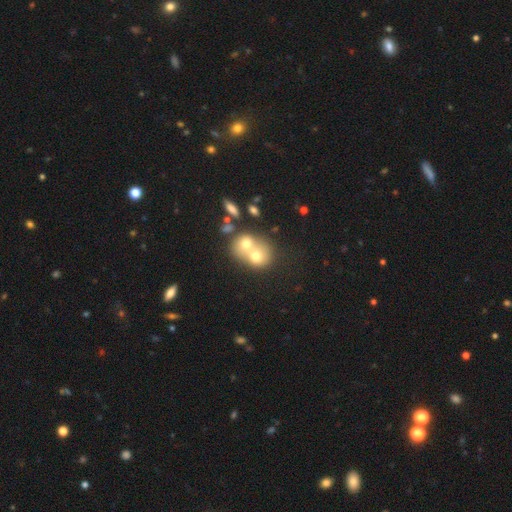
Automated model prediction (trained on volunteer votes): This appears to be a smooth galaxy with no disk features (62%) that is round (66%). Merging: merger (71%).